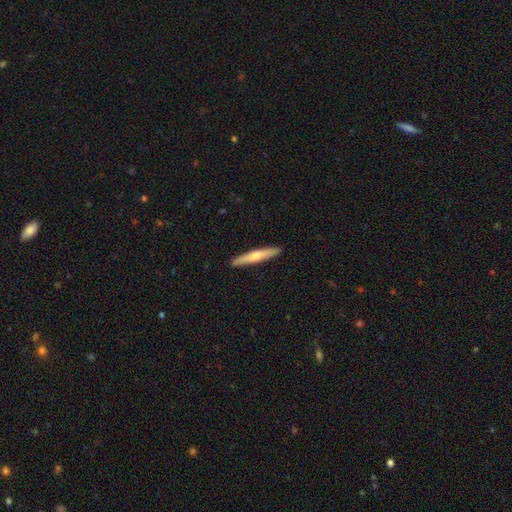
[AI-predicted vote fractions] smooth_or_featured: smooth (p=0.55) [alt: featured or disk p=0.40]
how_rounded: cigar-shaped (p=0.94) [alt: in between p=0.05]
merging: none (p=0.92) [alt: minor disturbance p=0.06]